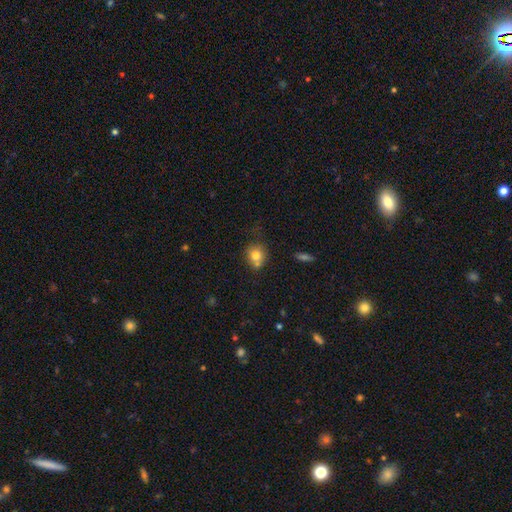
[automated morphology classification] This is likely a smooth galaxy (76%). How rounded: clearly round (80%). Merging: possibly none (58%).